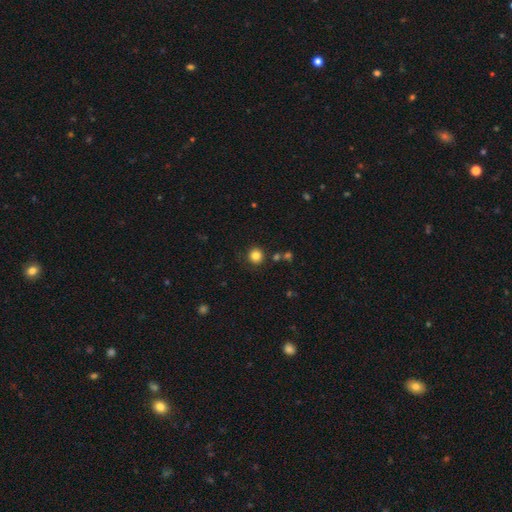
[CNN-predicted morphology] smooth 83%, star or artifact 12%, featured or disk 5%. Down the decision tree: how rounded — round (92%); merging — none (86%).